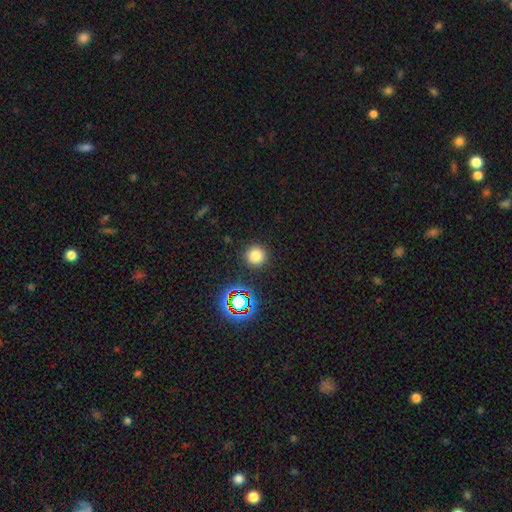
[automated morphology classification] The model was most divided on "smooth or featured": smooth: 75%, star or artifact: 18%, featured or disk: 6%. More confident: how rounded — round (95%); merging — none (91%).